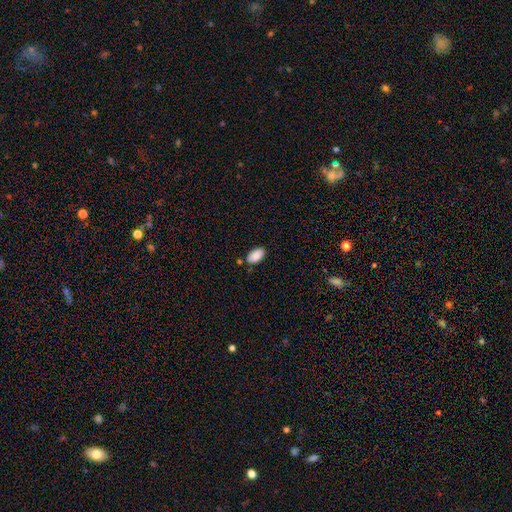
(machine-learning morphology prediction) smooth 88%, star or artifact 7%, featured or disk 5%. Down the decision tree: how rounded — in between (95%); merging — none (80%).